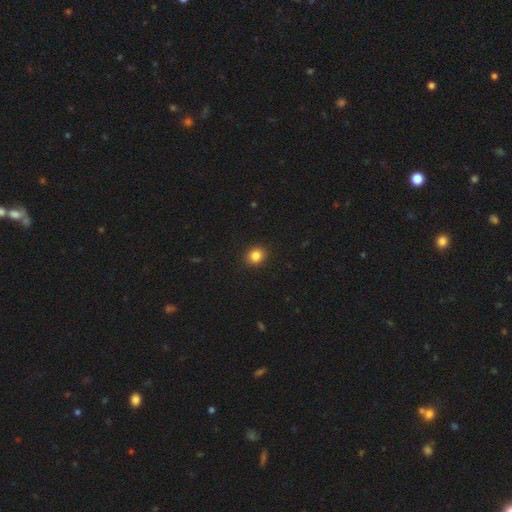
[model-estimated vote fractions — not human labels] Smooth or featured: smooth — 85% (star or artifact — 11%)
How rounded: round — 78% (in between — 21%)
Merging: none — 91% (minor disturbance — 6%)